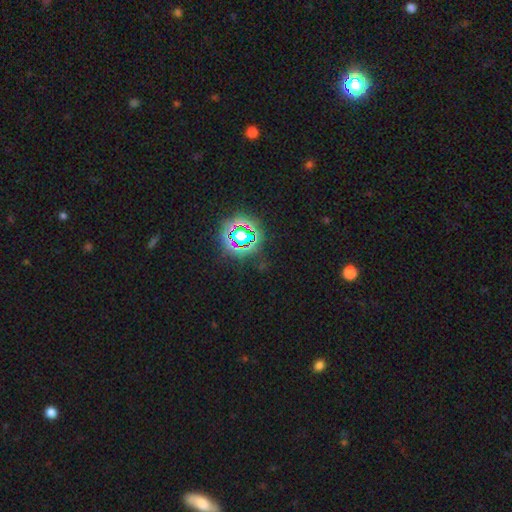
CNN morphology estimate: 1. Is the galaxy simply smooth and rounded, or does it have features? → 77% star or artifact, 15% smooth, 8% featured or disk.